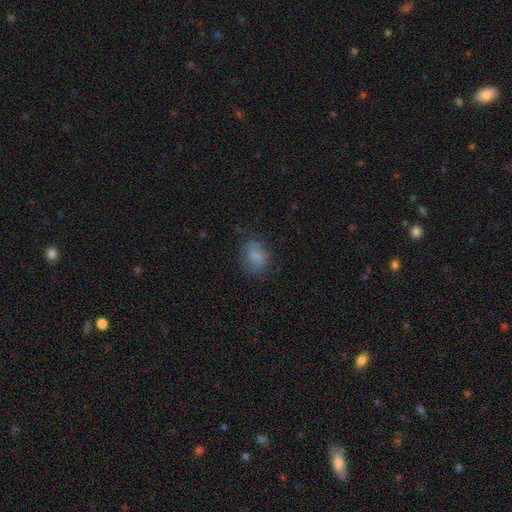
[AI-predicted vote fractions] Smooth or featured?
  - smooth: 78% *
  - star or artifact: 11%
  - featured or disk: 11%
How rounded?
  - in between: 51% *
  - round: 47%
  - cigar-shaped: 1%
Merging?
  - none: 68% *
  - minor disturbance: 21%
  - major disturbance: 9%
  - merger: 1%